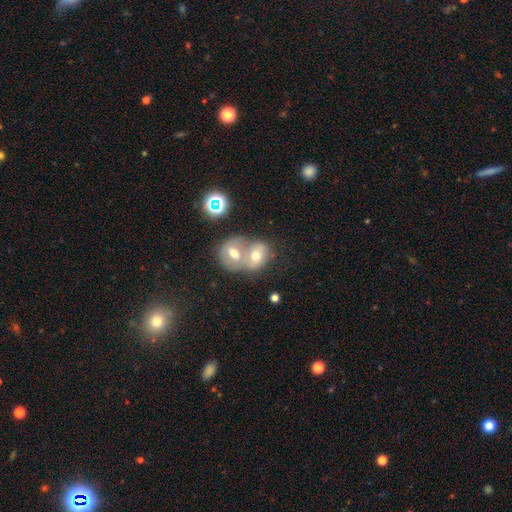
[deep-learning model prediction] A smooth galaxy with no disk features (57%) that is round (52%). Merging: merger (73%).